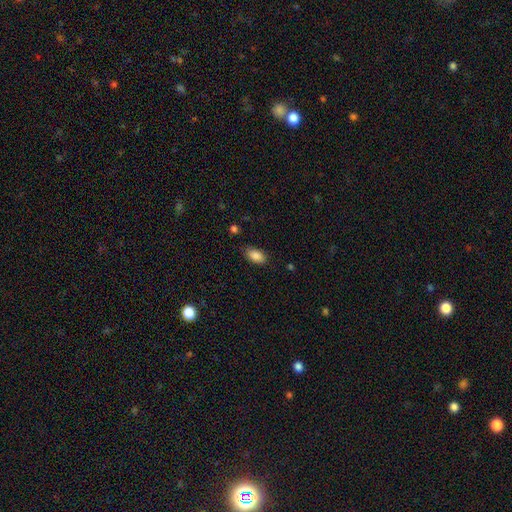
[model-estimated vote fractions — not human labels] Smooth or featured?
  - smooth: 86% *
  - star or artifact: 8%
  - featured or disk: 6%
How rounded?
  - in between: 92% *
  - round: 4%
  - cigar-shaped: 3%
Merging?
  - none: 81% *
  - minor disturbance: 15%
  - major disturbance: 3%
  - merger: 1%